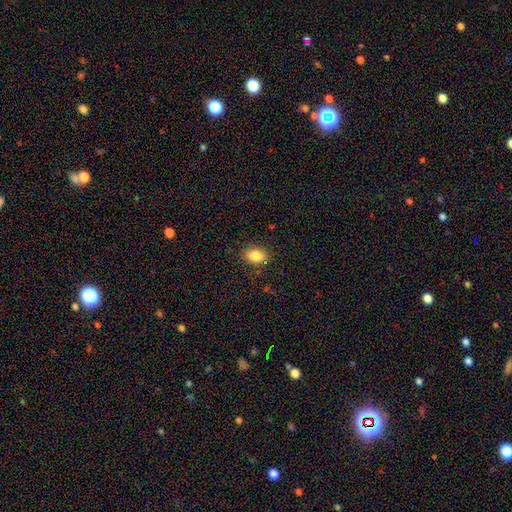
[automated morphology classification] Smooth or featured? smooth (85%)
How rounded? in between (81%)
Merging? none (86%)